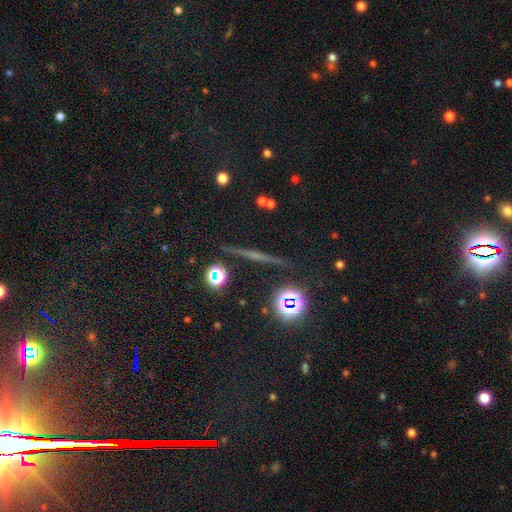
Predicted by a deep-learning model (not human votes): Smooth or featured? featured or disk (54%)
Edge-on disk? yes (95%)
Edge-on bulge? none (45%)
Merging? none (91%)